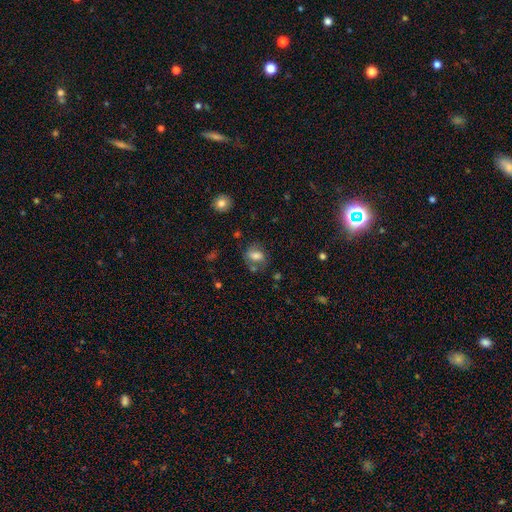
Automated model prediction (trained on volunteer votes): The model was most divided on "how rounded": in between: 65%, round: 33%, cigar-shaped: 2%. More confident: smooth or featured — smooth (70%); merging — none (61%).